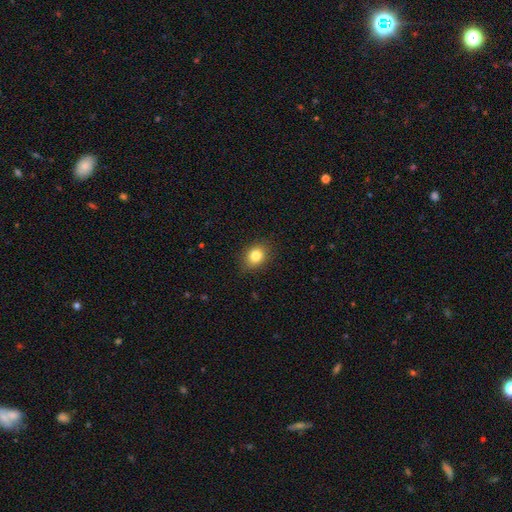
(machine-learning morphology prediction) Smooth or featured? Predicted: smooth (p=0.82). How rounded? Predicted: in between (p=0.53). Merging? Predicted: none (p=0.86).